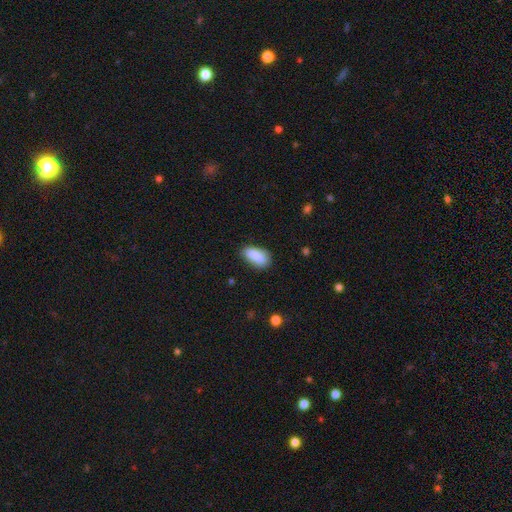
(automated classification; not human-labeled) Smooth or featured?
  - smooth: 87% *
  - star or artifact: 7%
  - featured or disk: 6%
How rounded?
  - in between: 87% *
  - cigar-shaped: 10%
  - round: 3%
Merging?
  - none: 72% *
  - minor disturbance: 22%
  - major disturbance: 4%
  - merger: 2%